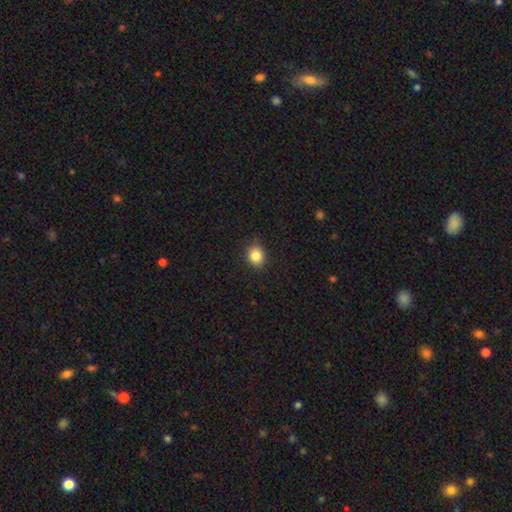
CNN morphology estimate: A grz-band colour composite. It shows a smooth galaxy with no disk features (85%) that is round (66%). Merging: none (87%).